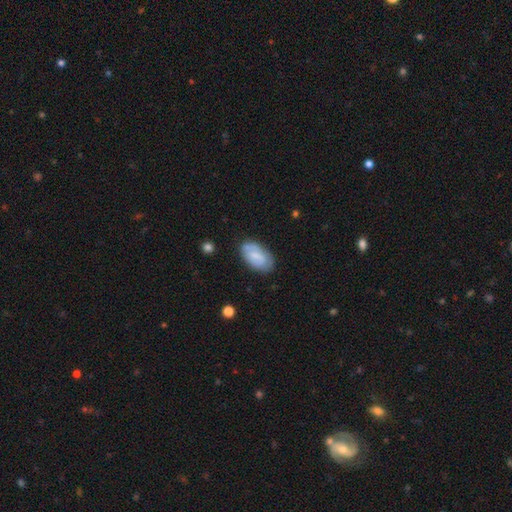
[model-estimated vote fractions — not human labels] The model was most divided on "smooth or featured": smooth: 66%, featured or disk: 27%, star or artifact: 7%. More confident: how rounded — in between (94%); merging — none (76%).